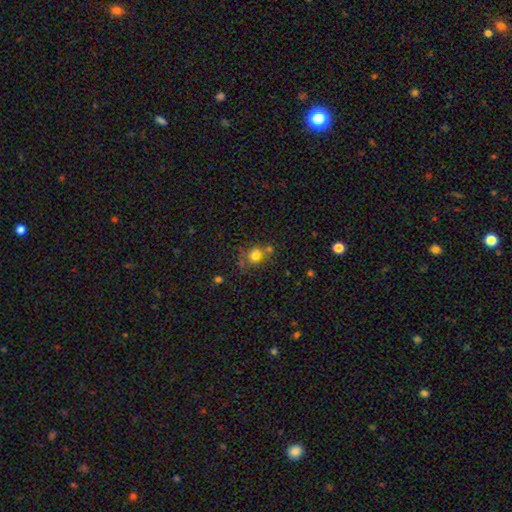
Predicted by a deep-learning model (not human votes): This appears to be a smooth galaxy with no disk features (69%) that is round (66%). Merging: none (54%).